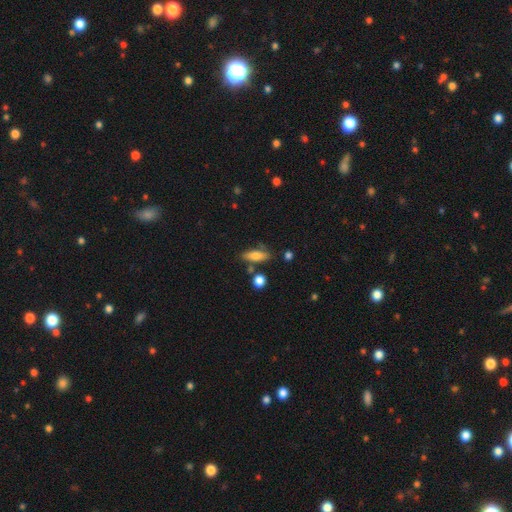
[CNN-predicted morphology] Smooth or featured?
  - smooth: 69% *
  - featured or disk: 22%
  - star or artifact: 8%
How rounded?
  - in between: 60% *
  - cigar-shaped: 36%
  - round: 4%
Merging?
  - none: 71% *
  - minor disturbance: 17%
  - merger: 8%
  - major disturbance: 5%